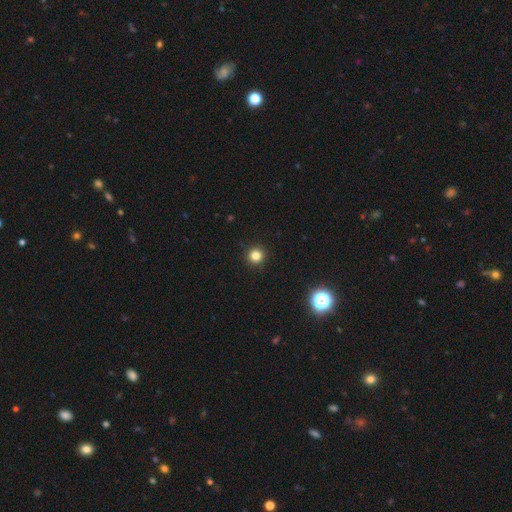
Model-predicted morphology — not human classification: Smooth or featured?
  - smooth: 82% *
  - star or artifact: 14%
  - featured or disk: 5%
How rounded?
  - round: 95% *
  - in between: 4%
  - cigar-shaped: 1%
Merging?
  - none: 93% *
  - minor disturbance: 4%
  - major disturbance: 1%
  - merger: 1%